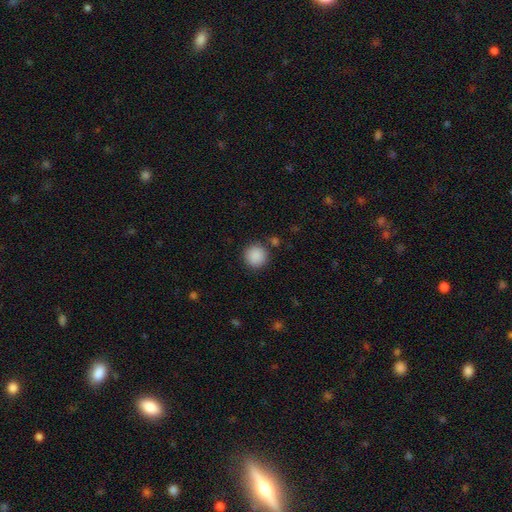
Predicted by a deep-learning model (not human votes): Smooth or featured?
  - smooth: 89% *
  - star or artifact: 8%
  - featured or disk: 3%
How rounded?
  - round: 94% *
  - in between: 5%
  - cigar-shaped: 1%
Merging?
  - none: 87% *
  - minor disturbance: 7%
  - merger: 3%
  - major disturbance: 3%